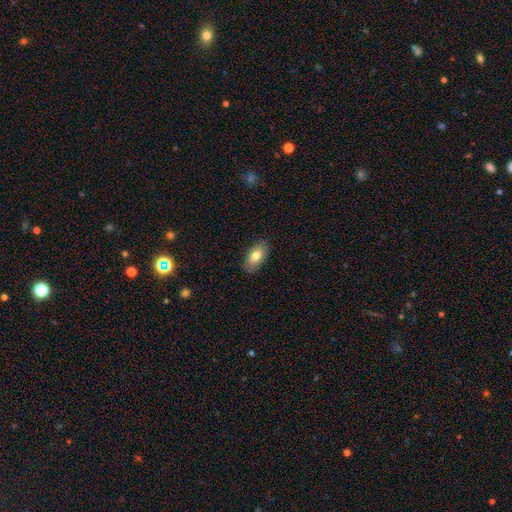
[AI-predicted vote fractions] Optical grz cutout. It shows a smooth galaxy with no disk features (75%) that is in between round and cigar-shaped (92%). Merging: none (86%).